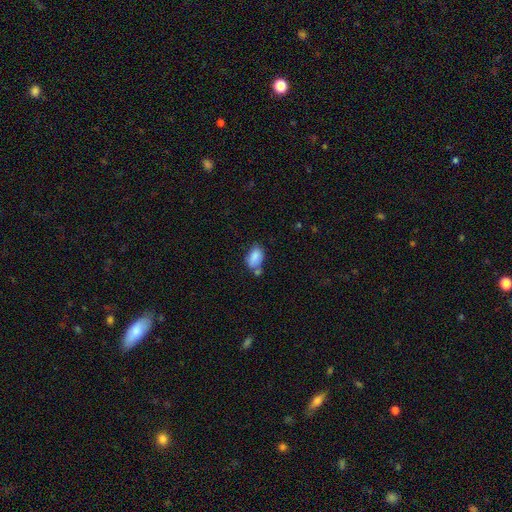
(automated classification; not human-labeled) A smooth galaxy with no disk features (83%) that is in between round and cigar-shaped (90%). Merging: none (47%).